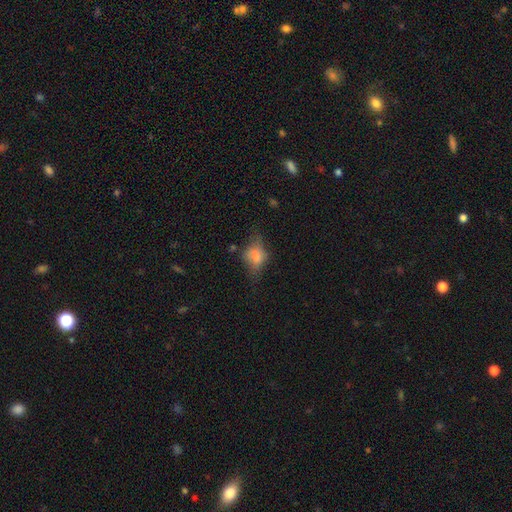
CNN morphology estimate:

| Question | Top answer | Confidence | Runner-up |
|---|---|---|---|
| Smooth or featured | smooth | 56% | featured or disk (32%) |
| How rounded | in between | 67% | round (28%) |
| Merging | none | 47% | minor disturbance (30%) |